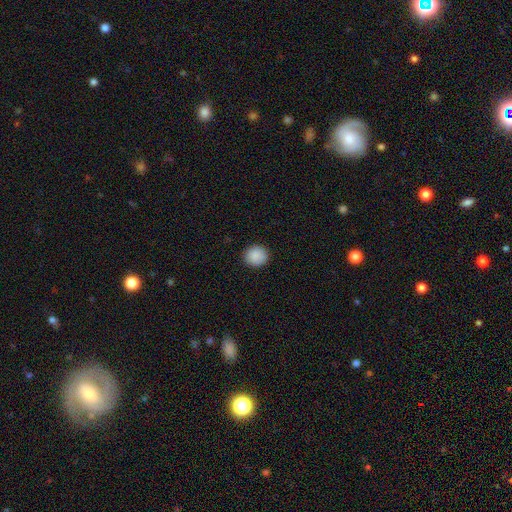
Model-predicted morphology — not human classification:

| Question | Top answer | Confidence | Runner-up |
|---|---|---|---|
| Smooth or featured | smooth | 89% | star or artifact (8%) |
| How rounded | round | 87% | in between (12%) |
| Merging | none | 90% | minor disturbance (7%) |